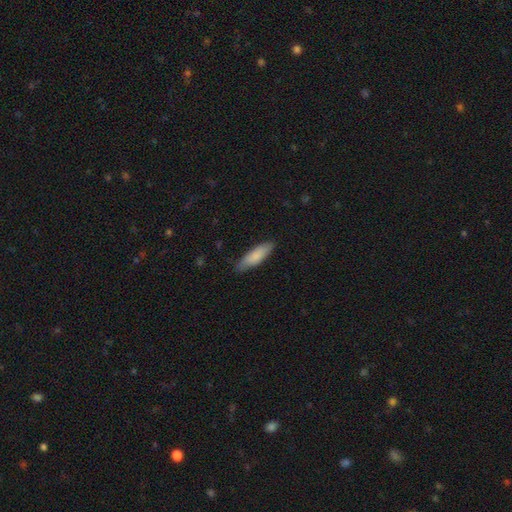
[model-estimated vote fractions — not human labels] smooth 83%, featured or disk 12%, star or artifact 5%. Down the decision tree: how rounded — cigar-shaped (57%); merging — none (81%).